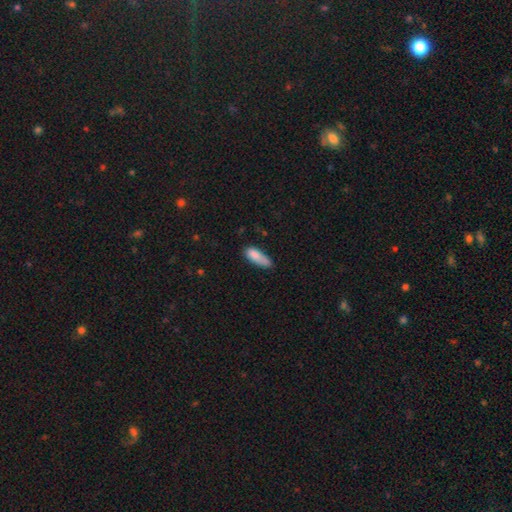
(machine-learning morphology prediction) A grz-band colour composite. It shows a smooth galaxy with no disk features (83%) that is in between round and cigar-shaped (69%). Merging: none (51%).